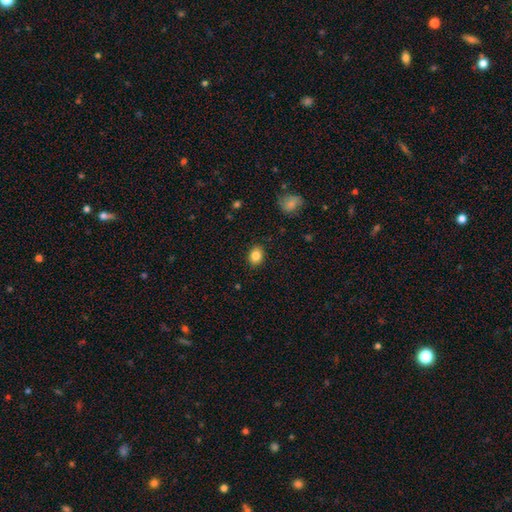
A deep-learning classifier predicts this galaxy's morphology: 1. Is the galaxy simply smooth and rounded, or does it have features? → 85% smooth, 9% star or artifact, 6% featured or disk.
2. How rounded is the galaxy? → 57% in between, 42% round, 1% cigar-shaped.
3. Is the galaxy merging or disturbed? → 88% none, 9% minor disturbance, 2% major disturbance, 1% merger.